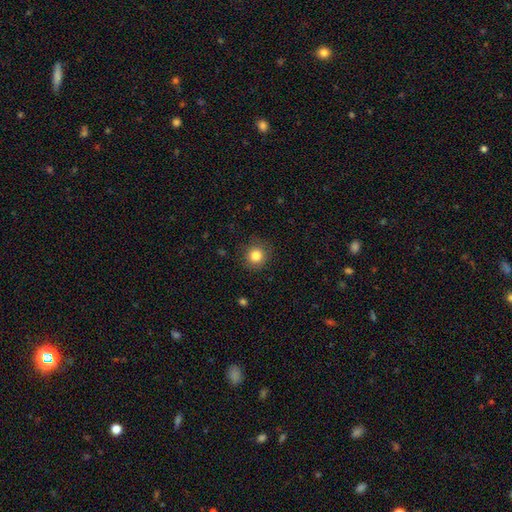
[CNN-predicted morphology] Smooth or featured: smooth — 83% (star or artifact — 11%)
How rounded: round — 92% (in between — 7%)
Merging: none — 87% (minor disturbance — 9%)